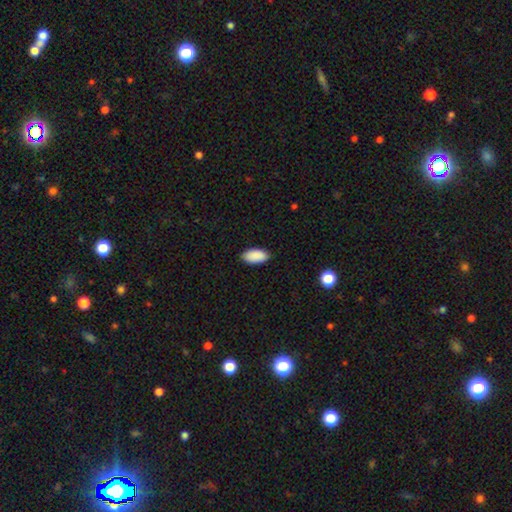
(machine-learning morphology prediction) This is clearly a smooth galaxy (91%). How rounded: clearly in between (95%). Merging: clearly none (88%).